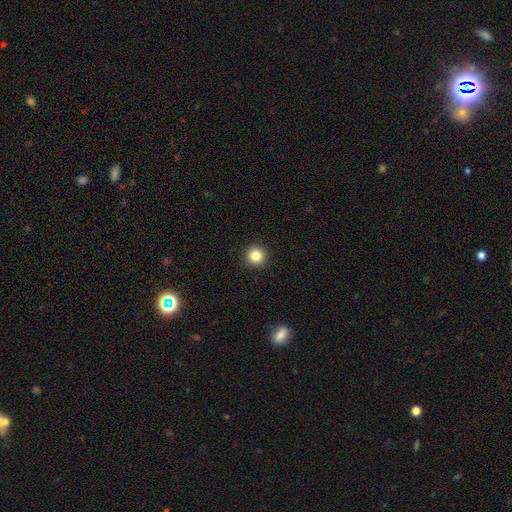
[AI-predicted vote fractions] This appears to be a smooth galaxy with no disk features (84%) that is round (95%). Merging: none (93%).